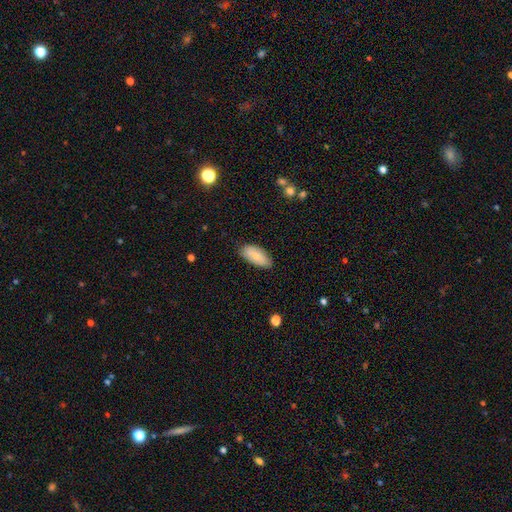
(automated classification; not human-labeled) smooth 76%, featured or disk 18%, star or artifact 6%. Down the decision tree: how rounded — in between (90%); merging — none (81%).